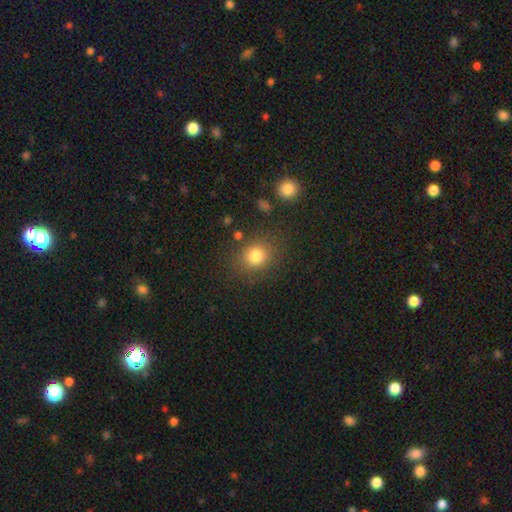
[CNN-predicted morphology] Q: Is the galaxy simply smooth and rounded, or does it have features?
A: smooth — 81%.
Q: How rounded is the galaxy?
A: round — 72%.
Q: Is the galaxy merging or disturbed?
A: none — 81%.